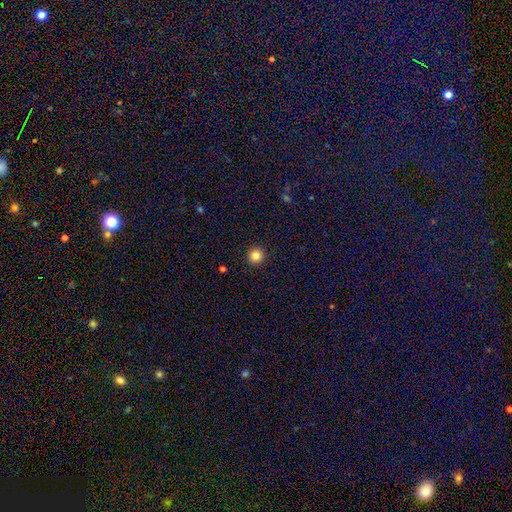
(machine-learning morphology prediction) smooth-or-featured: smooth: 84% | star or artifact: 11% | featured or disk: 5%
  how-rounded: round: 96% | in between: 3% | cigar-shaped: 1%
  merging: none: 94% | minor disturbance: 4% | major disturbance: 1% | merger: 1%